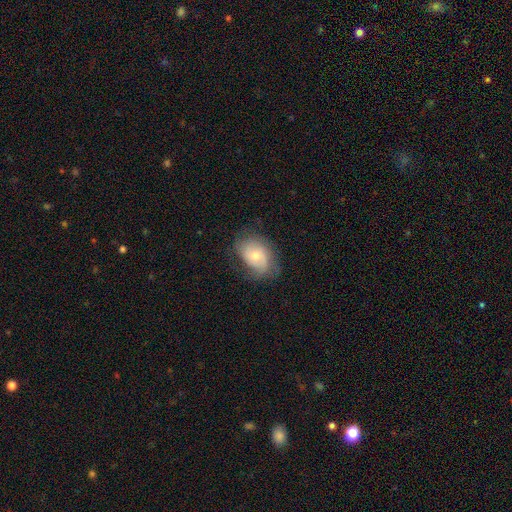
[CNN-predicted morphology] Smooth or featured? Predicted: smooth (p=0.47). Merging? Predicted: none (p=0.62).